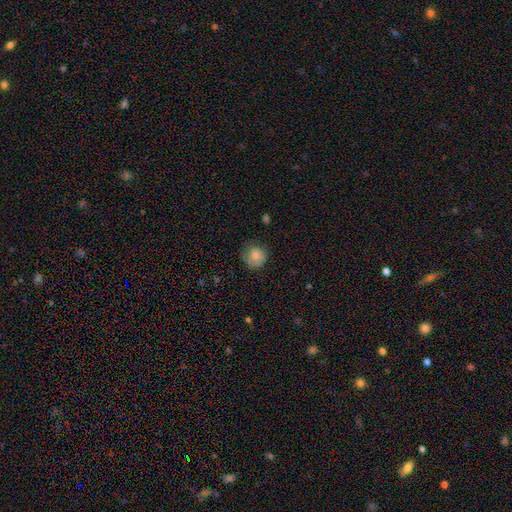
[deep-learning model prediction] smooth 82%, featured or disk 10%, star or artifact 9%. Down the decision tree: how rounded — round (89%); merging — none (68%).